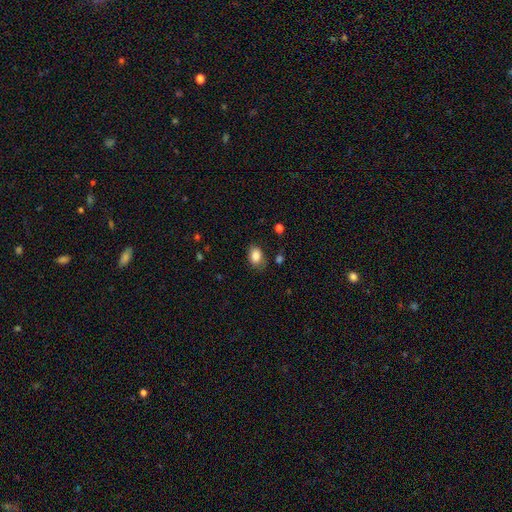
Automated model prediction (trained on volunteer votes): This appears to be a smooth galaxy with no disk features (86%) that is in between round and cigar-shaped (79%). Merging: none (74%).